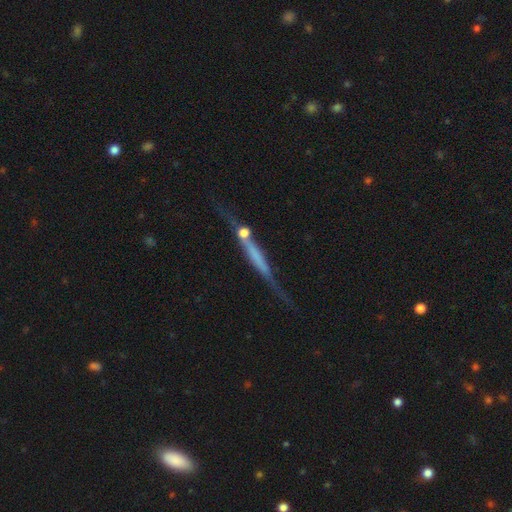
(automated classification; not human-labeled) The model was most divided on "edge-on bulge": none: 48%, boxy: 27%, rounded: 24%. More confident: edge-on disk — yes (92%); smooth or featured — featured or disk (66%); merging — none (59%).